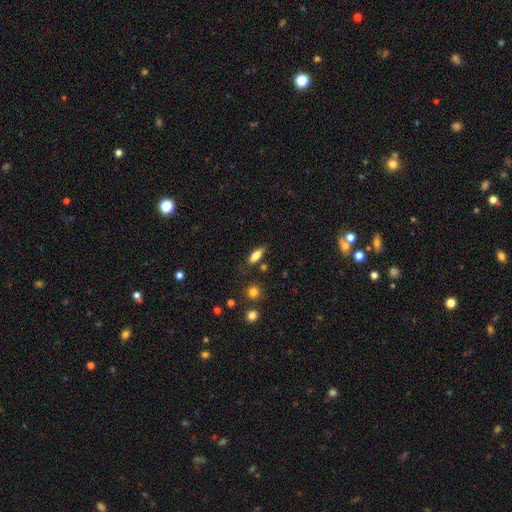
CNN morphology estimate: type=smooth (82%); roundness=in between (70%); merging=none (77%).